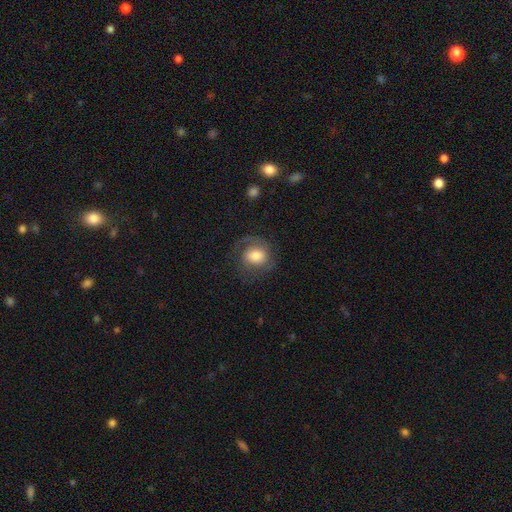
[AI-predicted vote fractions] Morphology: type=featured or disk (59%); edge-on=no (97%); bar=no (61%); spiral arms=yes (90%); winding=medium (45%); arm count=2 (68%); bulge=moderate (49%); merging=none (68%).